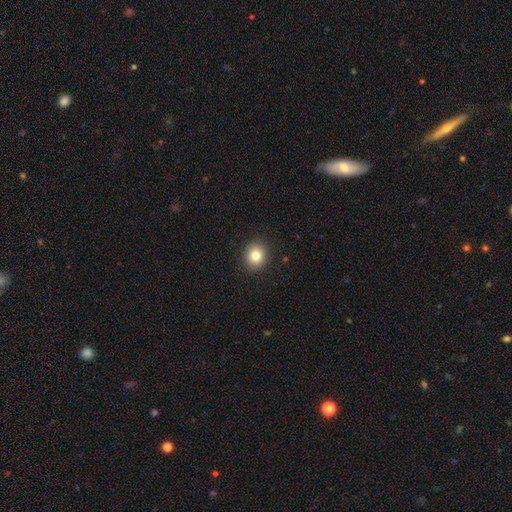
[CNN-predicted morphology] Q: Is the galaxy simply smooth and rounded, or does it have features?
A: smooth — 82%.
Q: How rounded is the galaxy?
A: round — 77%.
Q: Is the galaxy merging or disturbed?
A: none — 90%.